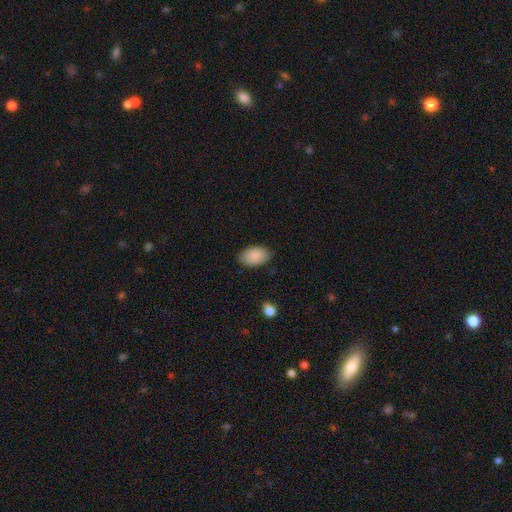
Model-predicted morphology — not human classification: Smooth or featured? smooth (90%)
How rounded? in between (93%)
Merging? none (87%)